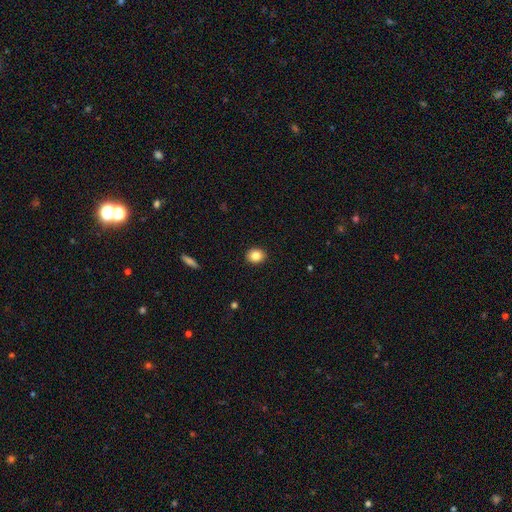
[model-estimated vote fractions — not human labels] Smooth or featured? smooth (85%)
How rounded? round (64%)
Merging? none (91%)